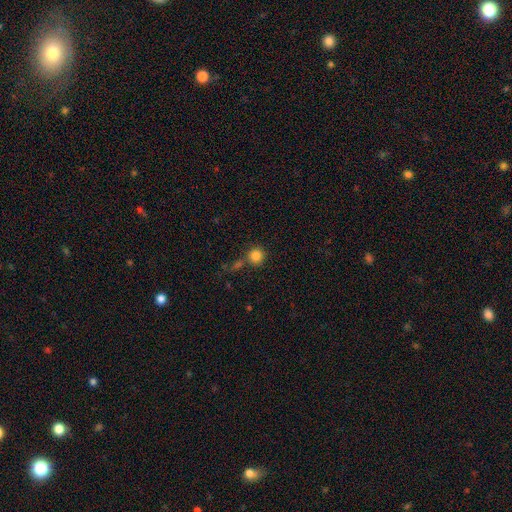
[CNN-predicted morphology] This is clearly a smooth galaxy (84%). How rounded: clearly round (93%). Merging: likely none (71%).